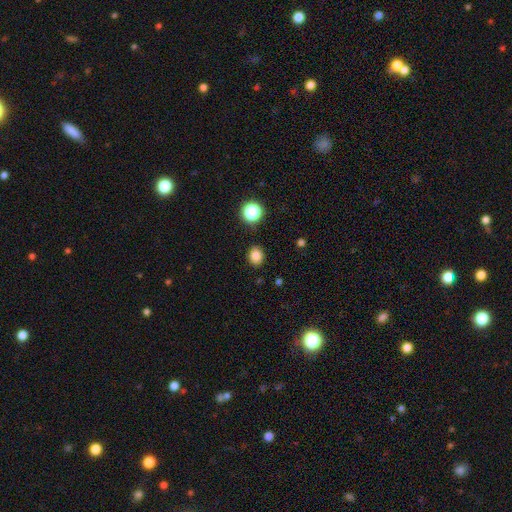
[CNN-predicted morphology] smooth 82%, star or artifact 13%, featured or disk 5%. Down the decision tree: how rounded — round (62%); merging — none (88%).